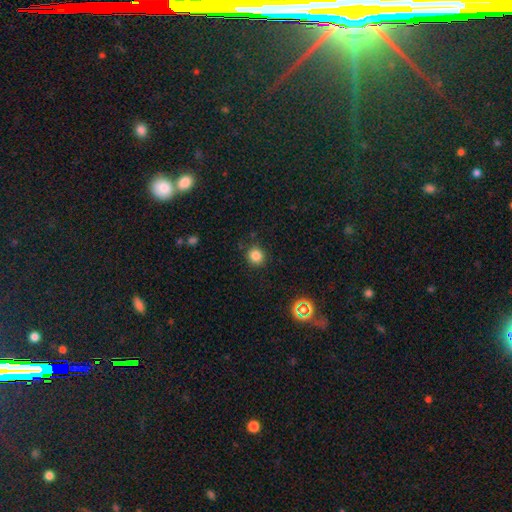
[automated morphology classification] Smooth or featured? Predicted: smooth (p=0.82). How rounded? Predicted: round (p=0.88). Merging? Predicted: none (p=0.88).